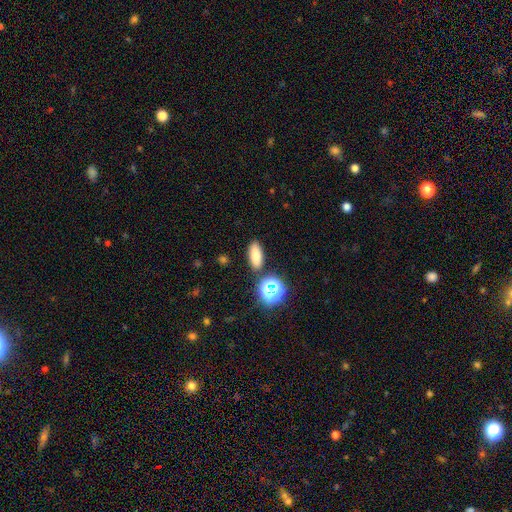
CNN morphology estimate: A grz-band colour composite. It shows a smooth galaxy with no disk features (76%) that is in between round and cigar-shaped (75%). Merging: none (84%).